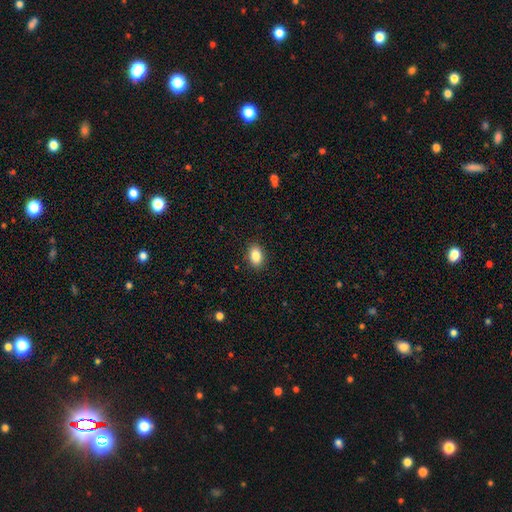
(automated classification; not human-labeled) Morphology: type=smooth (86%); roundness=in between (85%); merging=none (89%).